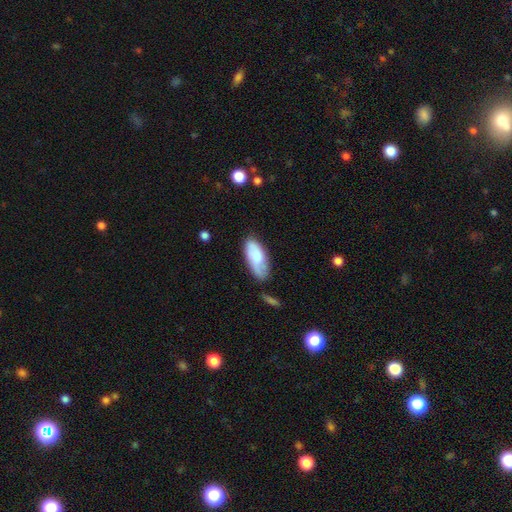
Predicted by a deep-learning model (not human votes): Smooth or featured: smooth — 68% (featured or disk — 26%)
How rounded: in between — 87% (cigar-shaped — 11%)
Merging: none — 61% (minor disturbance — 27%)